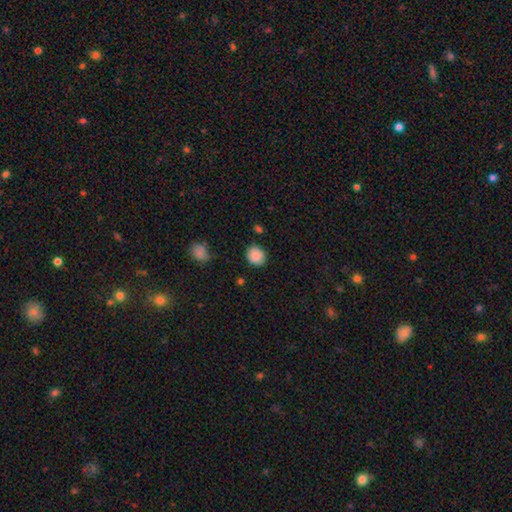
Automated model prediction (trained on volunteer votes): Q: Smooth or featured?
A: smooth (87%); runner-up: star or artifact (9%)
Q: How rounded?
A: round (74%); runner-up: in between (25%)
Q: Merging?
A: none (81%); runner-up: minor disturbance (13%)